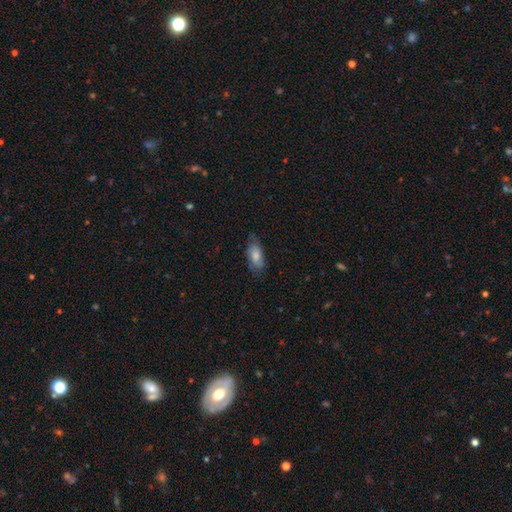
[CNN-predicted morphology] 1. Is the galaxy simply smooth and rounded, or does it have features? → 72% smooth, 21% featured or disk, 7% star or artifact.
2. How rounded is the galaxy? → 87% in between, 10% cigar-shaped, 3% round.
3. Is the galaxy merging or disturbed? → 68% none, 25% minor disturbance, 6% major disturbance, 1% merger.